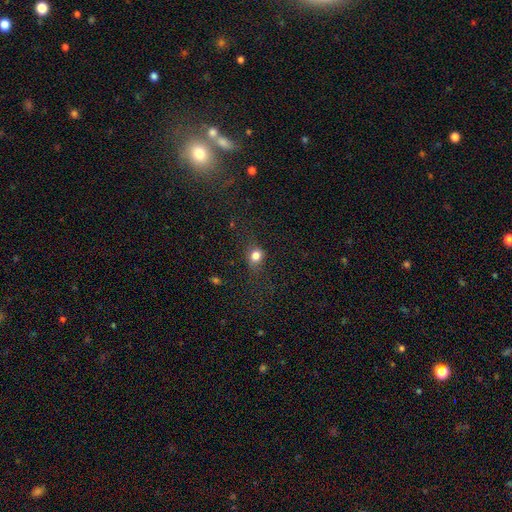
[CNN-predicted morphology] Q: Smooth or featured?
A: smooth (77%); runner-up: star or artifact (14%)
Q: How rounded?
A: round (67%); runner-up: in between (30%)
Q: Merging?
A: none (72%); runner-up: minor disturbance (16%)